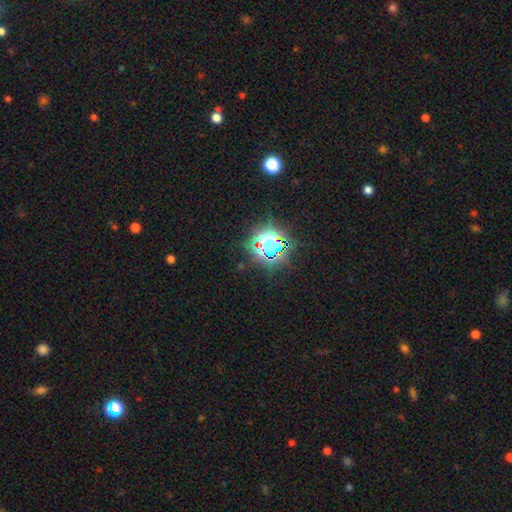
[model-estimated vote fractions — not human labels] Smooth or featured? Predicted: star or artifact (p=0.75).